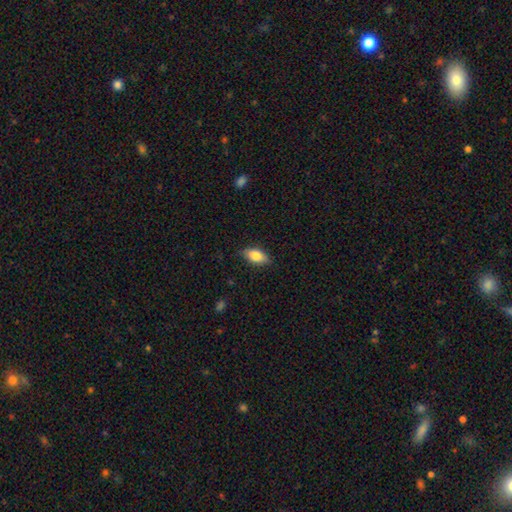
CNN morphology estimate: This appears to be a smooth galaxy with no disk features (78%) that is in between round and cigar-shaped (88%). Merging: none (83%).